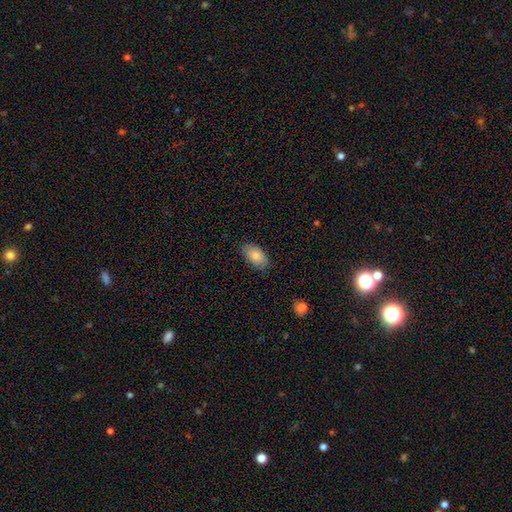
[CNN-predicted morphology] Smooth or featured? smooth (83%)
How rounded? in between (94%)
Merging? none (84%)